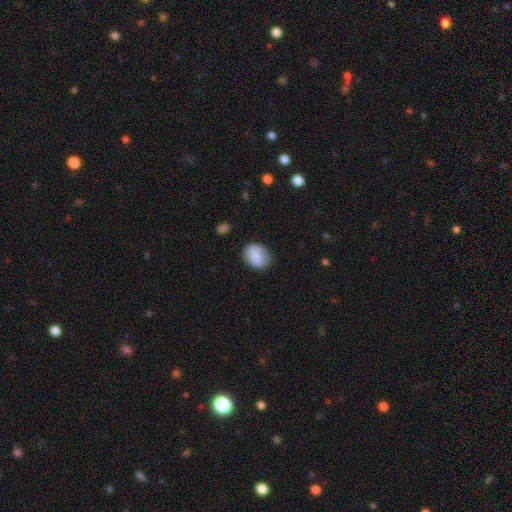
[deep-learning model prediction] A smooth galaxy with no disk features (79%) that is in between round and cigar-shaped (62%). Merging: none (78%).